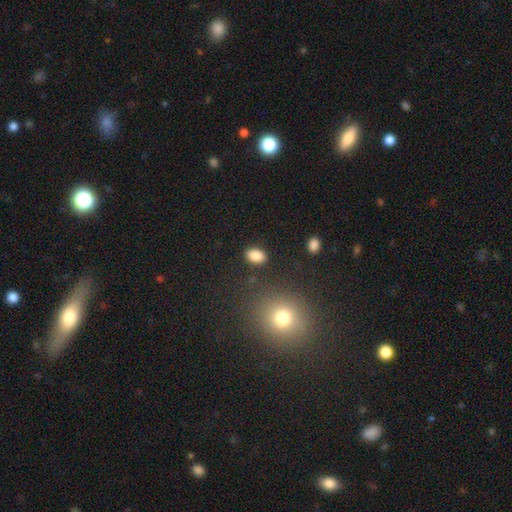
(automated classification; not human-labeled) A smooth galaxy with no disk features (87%) that is in between round and cigar-shaped (81%). Merging: none (85%).